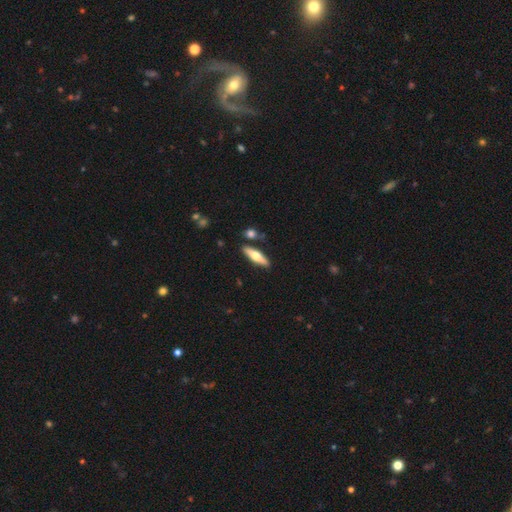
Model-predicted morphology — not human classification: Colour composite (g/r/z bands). It shows a smooth galaxy with no disk features (49%). Merging: none (84%).